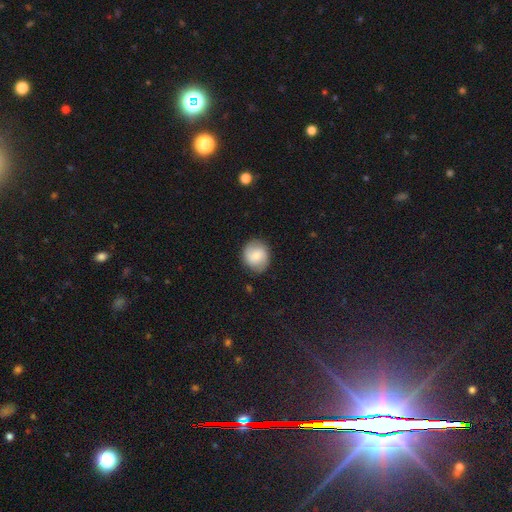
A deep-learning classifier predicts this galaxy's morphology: type=smooth (75%); roundness=round (79%); merging=none (84%).